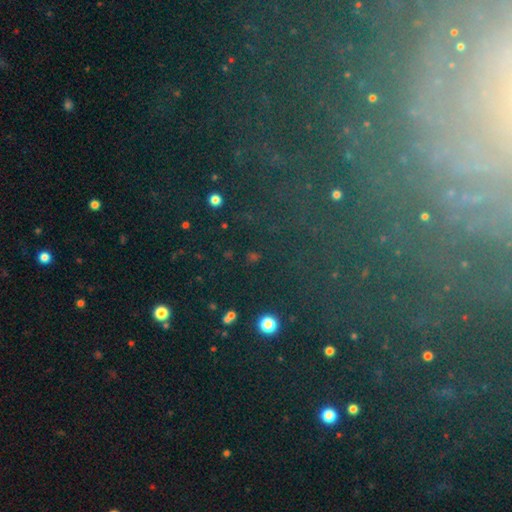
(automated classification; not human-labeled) A star or artifact, not a galaxy (62%).